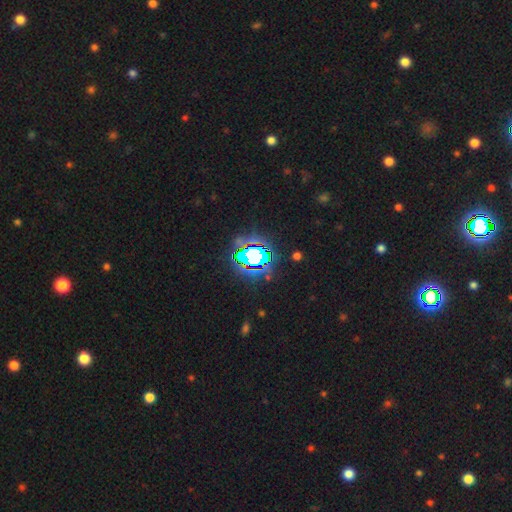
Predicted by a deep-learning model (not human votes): A star or artifact, not a galaxy (77%).

Vote fractions:
- Smooth or featured? star or artifact: 77% / smooth: 14% / featured or disk: 9%